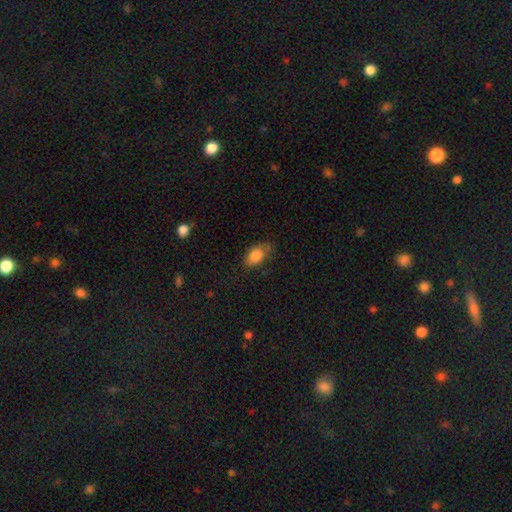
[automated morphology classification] A smooth galaxy with no disk features (84%) that is in between round and cigar-shaped (88%).

Vote fractions:
- Smooth or featured? smooth: 84% / featured or disk: 9% / star or artifact: 7%
- How rounded? in between: 88% / round: 9% / cigar-shaped: 3%
- Merging? none: 66% / minor disturbance: 26% / major disturbance: 7% / merger: 2%